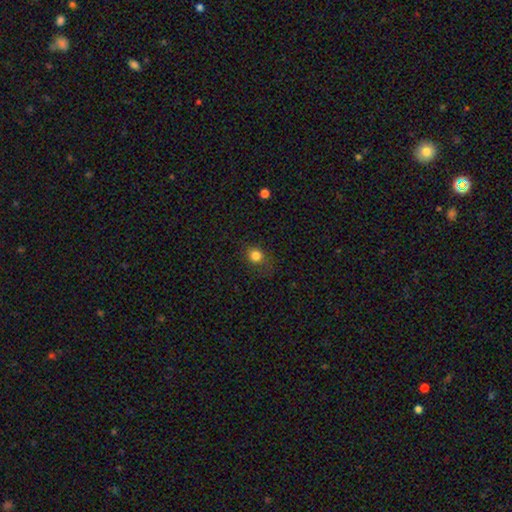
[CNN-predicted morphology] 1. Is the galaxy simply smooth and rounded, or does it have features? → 82% smooth, 13% star or artifact, 5% featured or disk.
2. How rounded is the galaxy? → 80% round, 19% in between, 1% cigar-shaped.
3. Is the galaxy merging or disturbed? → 75% none, 16% minor disturbance, 7% major disturbance, 1% merger.